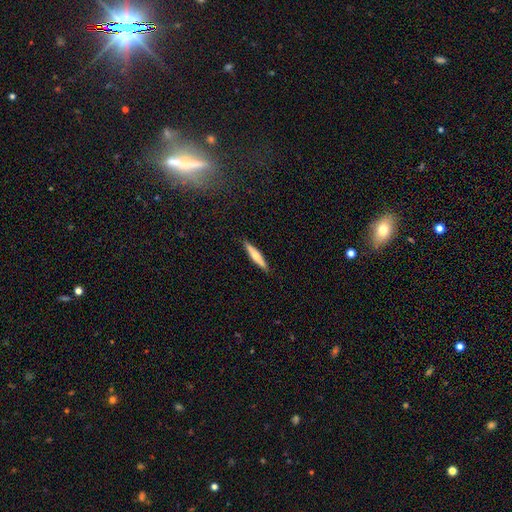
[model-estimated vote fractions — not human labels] smooth_or_featured: smooth (p=0.55) [alt: featured or disk p=0.39]
how_rounded: cigar-shaped (p=0.88) [alt: in between p=0.10]
merging: none (p=0.89) [alt: minor disturbance p=0.08]